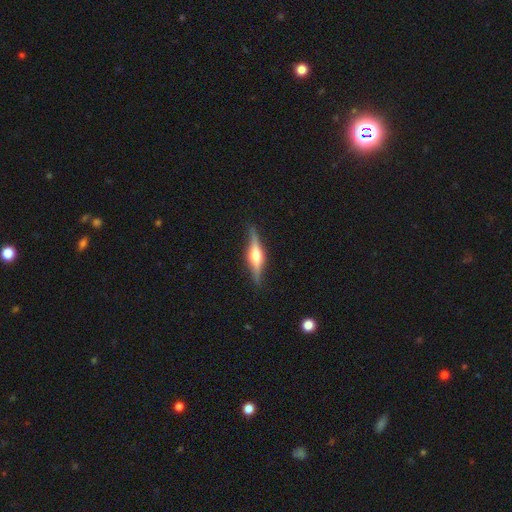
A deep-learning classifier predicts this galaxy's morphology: Overall: featured or disk (76%). Edge-on disk: yes (97%). Edge-on bulge: rounded (88%). Merging: none (87%).